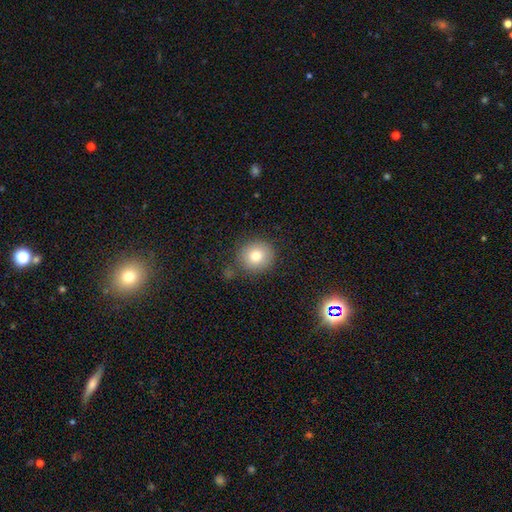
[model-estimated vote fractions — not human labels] Morphology: type=smooth (79%); roundness=round (88%); merging=none (79%).